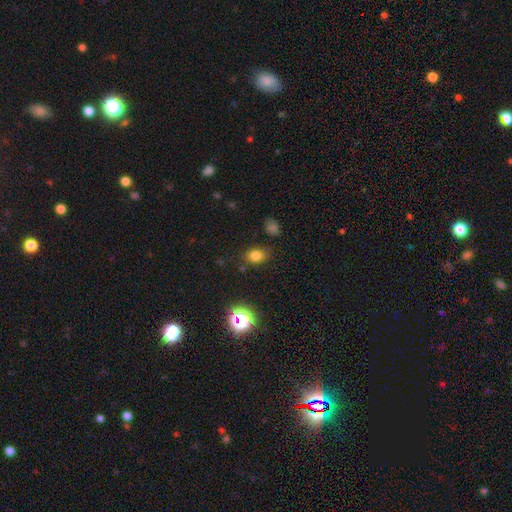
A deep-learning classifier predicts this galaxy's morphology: This appears to be a smooth galaxy with no disk features (76%) that is in between round and cigar-shaped (68%). Merging: none (81%).